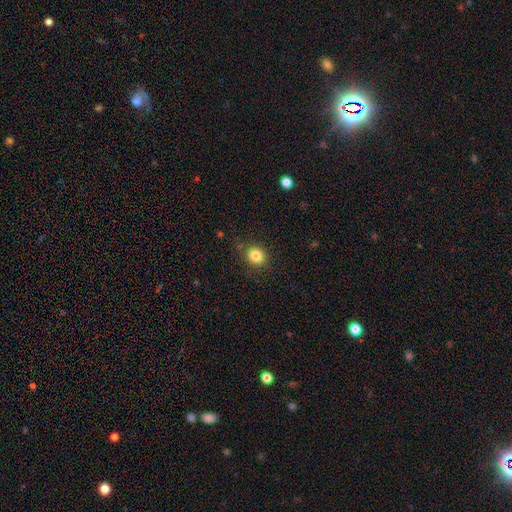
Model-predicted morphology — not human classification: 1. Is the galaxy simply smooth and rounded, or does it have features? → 83% smooth, 11% star or artifact, 6% featured or disk.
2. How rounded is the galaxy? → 77% round, 22% in between, 1% cigar-shaped.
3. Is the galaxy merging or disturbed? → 84% none, 11% minor disturbance, 3% major disturbance, 2% merger.